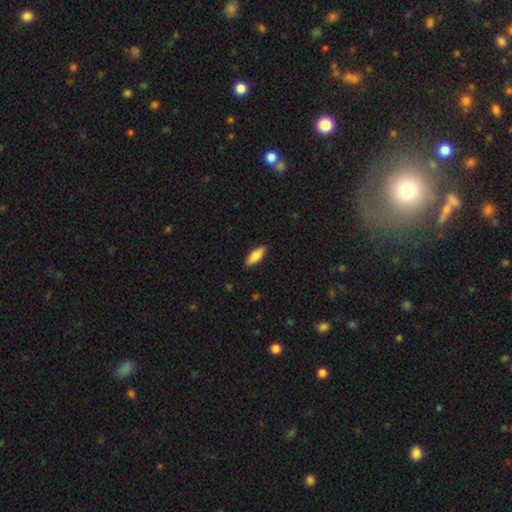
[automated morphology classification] This is clearly a smooth galaxy (82%). How rounded: likely in between (65%). Merging: clearly none (88%).